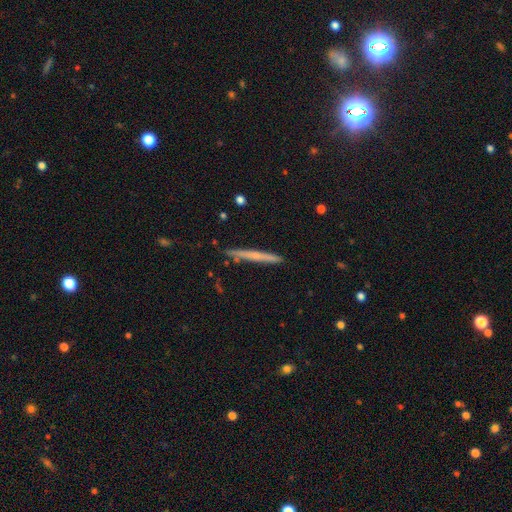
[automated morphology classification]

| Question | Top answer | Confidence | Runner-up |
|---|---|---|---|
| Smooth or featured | smooth | 49% | featured or disk (44%) |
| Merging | none | 88% | minor disturbance (9%) |